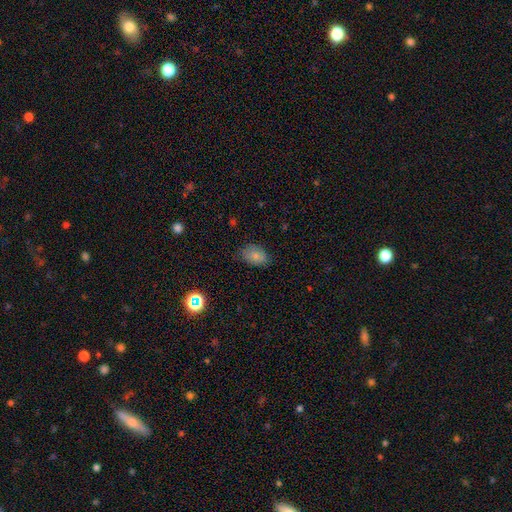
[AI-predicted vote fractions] This appears to be a smooth galaxy with no disk features (79%) that is in between round and cigar-shaped (82%). Merging: none (74%).